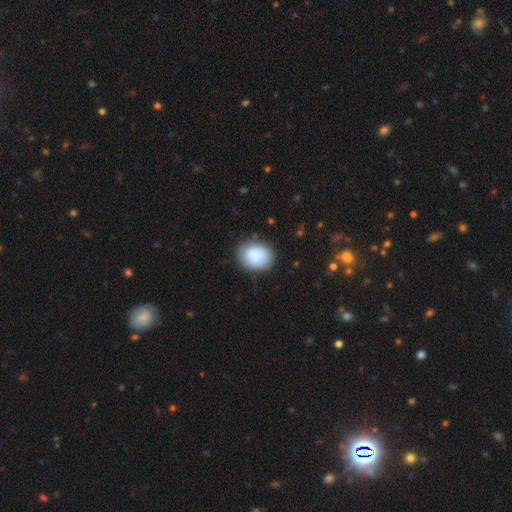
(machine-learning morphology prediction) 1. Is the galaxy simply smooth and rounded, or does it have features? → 85% smooth, 8% featured or disk, 7% star or artifact.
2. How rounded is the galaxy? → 51% round, 48% in between, 1% cigar-shaped.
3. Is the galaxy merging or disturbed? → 79% none, 15% minor disturbance, 4% major disturbance, 2% merger.